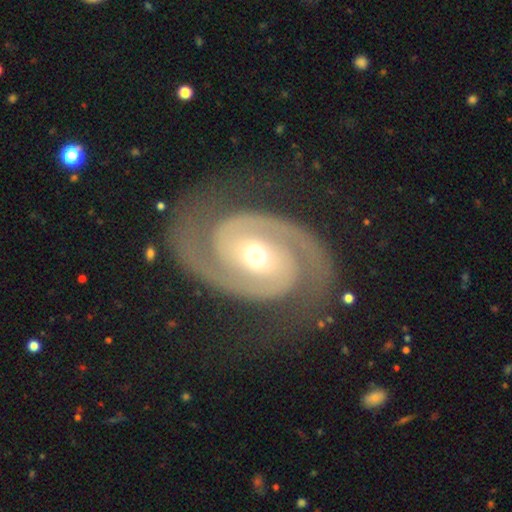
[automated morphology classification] Overall: featured or disk (94%). Edge-on disk: no (98%). Bar: no (59%; weak 25%). Spiral arms: yes (99%). Spiral arm count: 2 (95%). Spiral winding: tight (50%; medium 43%). Bulge size: moderate (70%). Merging: none (83%).